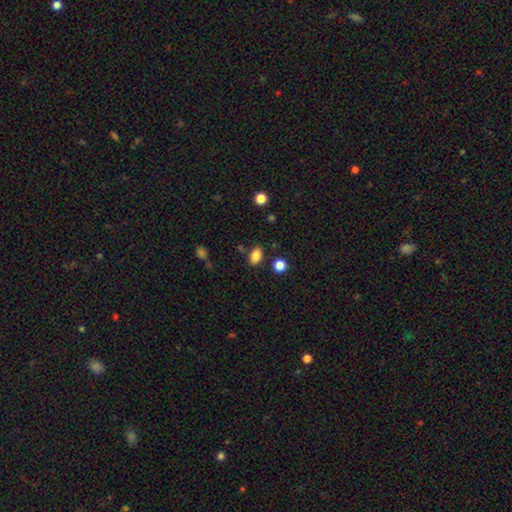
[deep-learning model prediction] smooth 85%, star or artifact 10%, featured or disk 5%. Down the decision tree: how rounded — in between (83%); merging — none (81%).